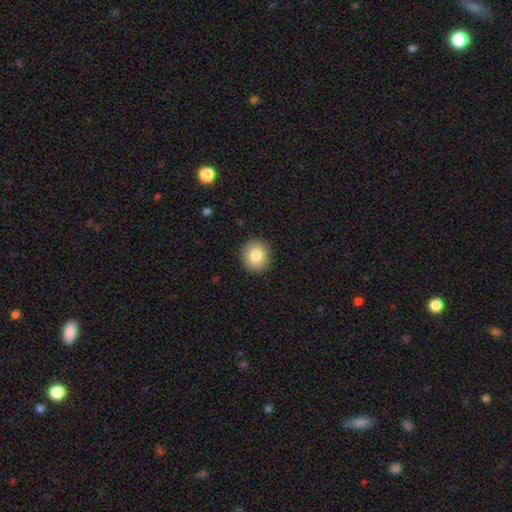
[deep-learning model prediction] A smooth galaxy with no disk features (83%) that is round (85%).

Vote fractions:
- Smooth or featured? smooth: 83% / featured or disk: 9% / star or artifact: 8%
- How rounded? round: 85% / in between: 14% / cigar-shaped: 1%
- Merging? none: 91% / minor disturbance: 6% / major disturbance: 2% / merger: 1%